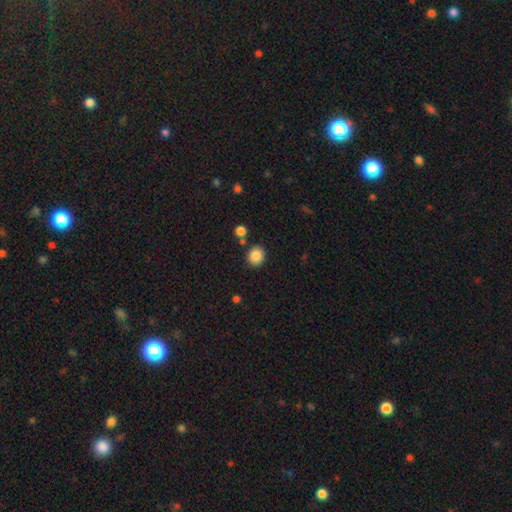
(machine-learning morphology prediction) smooth_or_featured: smooth (p=0.87) [alt: star or artifact p=0.09]
how_rounded: round (p=0.78) [alt: in between p=0.21]
merging: none (p=0.84) [alt: minor disturbance p=0.08]